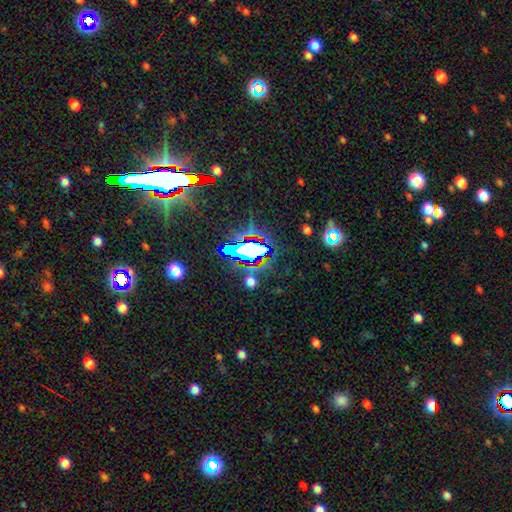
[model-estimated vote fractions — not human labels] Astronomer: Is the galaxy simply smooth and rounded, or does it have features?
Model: star or artifact — 62%.